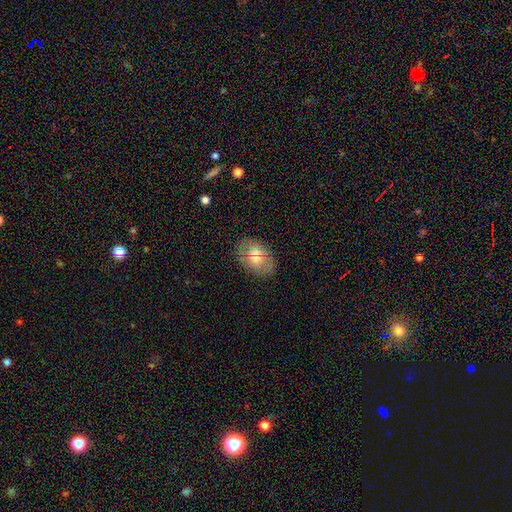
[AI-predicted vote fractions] A smooth galaxy with no disk features (67%) that is in between round and cigar-shaped (84%).

Vote fractions:
- Smooth or featured? smooth: 67% / featured or disk: 24% / star or artifact: 9%
- How rounded? in between: 84% / round: 14% / cigar-shaped: 1%
- Merging? none: 77% / minor disturbance: 16% / major disturbance: 5% / merger: 2%